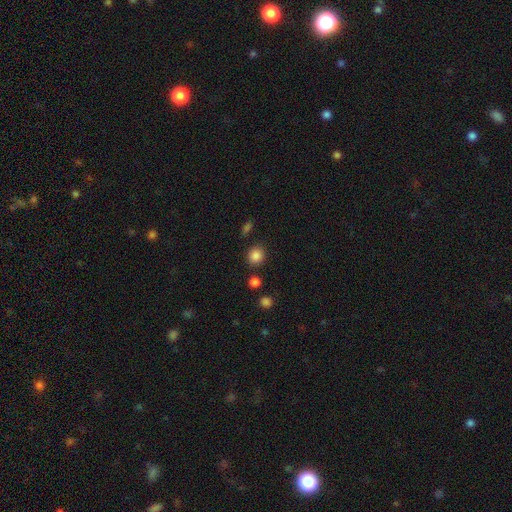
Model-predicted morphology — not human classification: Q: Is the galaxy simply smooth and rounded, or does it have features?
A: smooth — 85%.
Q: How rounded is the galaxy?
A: round — 84%.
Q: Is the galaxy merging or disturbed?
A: none — 83%.